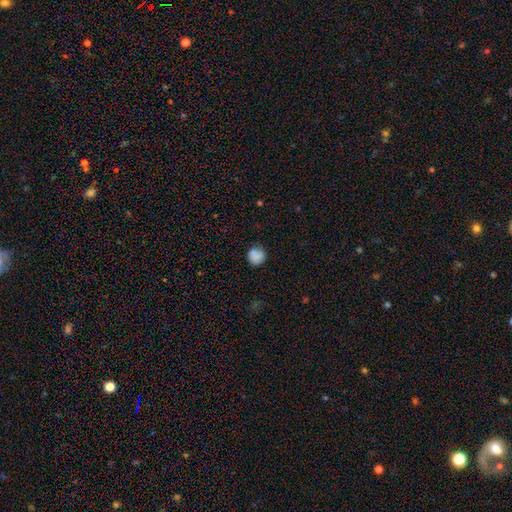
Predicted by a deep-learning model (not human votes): The model was most divided on "merging": none: 79%, minor disturbance: 15%, major disturbance: 3%, merger: 2%. More confident: how rounded — round (90%); smooth or featured — smooth (85%).